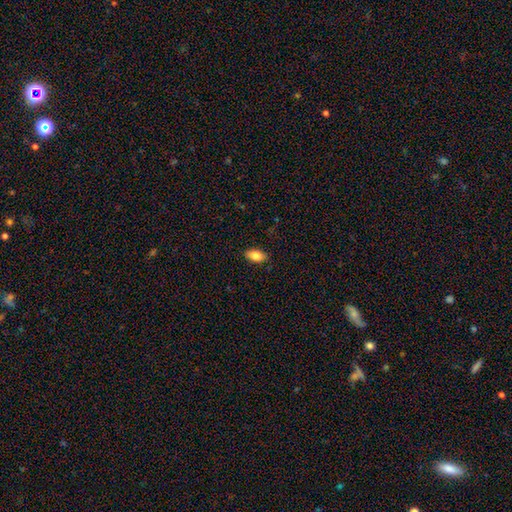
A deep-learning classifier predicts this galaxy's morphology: A smooth galaxy with no disk features (84%) that is in between round and cigar-shaped (91%). Merging: none (88%).